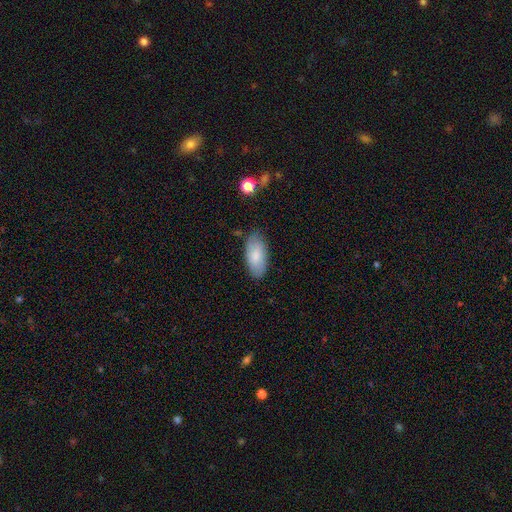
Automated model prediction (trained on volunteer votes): Smooth or featured? smooth (80%)
How rounded? in between (93%)
Merging? none (79%)